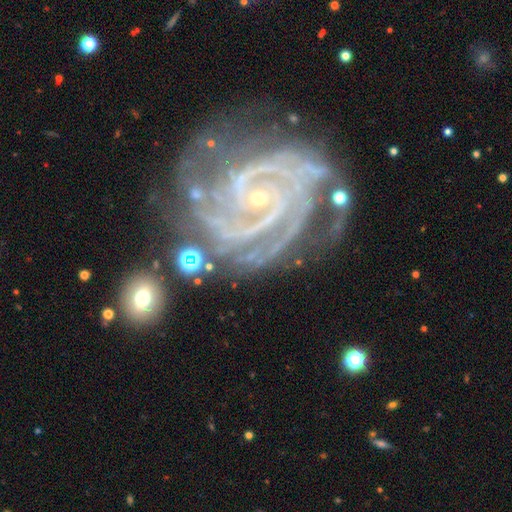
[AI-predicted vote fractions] The model was most divided on "spiral arm count" (2-way tie): 2: 25%, 3: 25%, 4: 16%, can't tell: 14%, more than 4: 12%, 1: 9%. More confident: spiral arms — yes (98%); edge-on disk — no (98%); smooth or featured — featured or disk (89%); bulge size — small (77%); spiral winding — tight (71%); merging — none (62%); bar — no (55%).